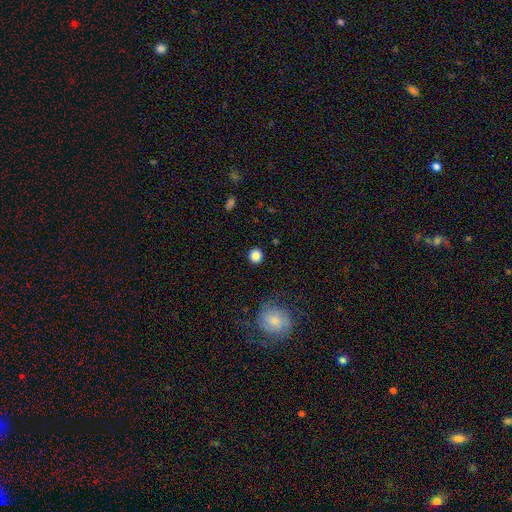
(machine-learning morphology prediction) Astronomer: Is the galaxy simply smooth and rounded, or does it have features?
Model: smooth — 86%.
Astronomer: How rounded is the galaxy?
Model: round — 93%.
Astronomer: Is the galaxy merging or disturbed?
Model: none — 90%.